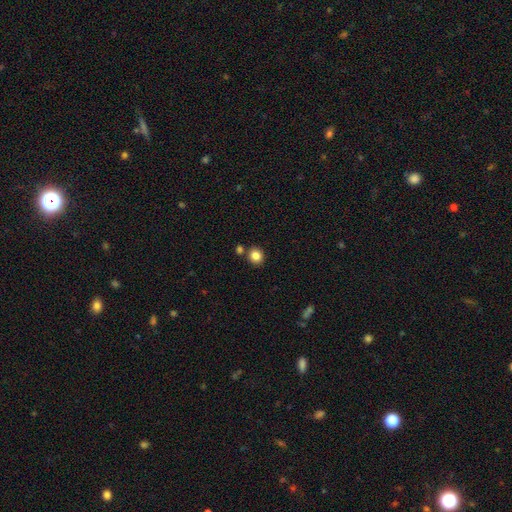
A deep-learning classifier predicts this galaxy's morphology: Overall: smooth (84%). How rounded: round (86%). Merging: none (80%).